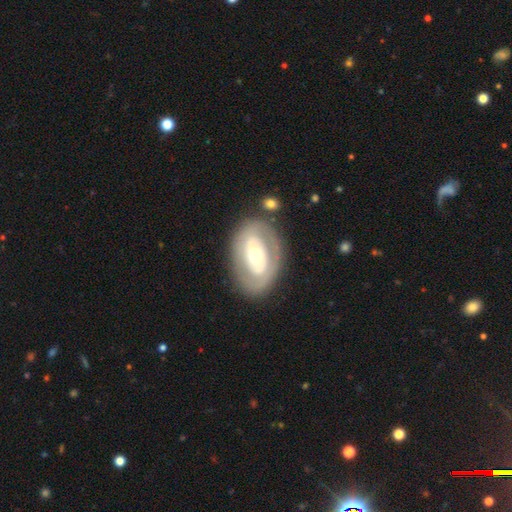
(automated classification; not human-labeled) This is likely a featured or disk galaxy (66%). It is clearly not viewed edge-on (94%). Bar: possibly no (57%). Spiral arm pattern: likely no (61%). Central bulge: likely moderate (60%). Merging: likely none (78%).